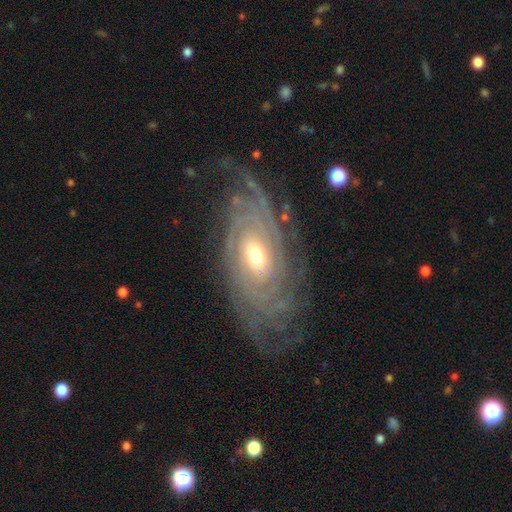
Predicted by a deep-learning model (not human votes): Smooth or featured?
  - featured or disk: 86% *
  - smooth: 9%
  - star or artifact: 6%
Edge-on disk?
  - no: 93% *
  - yes: 7%
Bar?
  - no: 70% *
  - weak: 21%
  - strong: 9%
Spiral arms?
  - yes: 95% *
  - no: 5%
Spiral winding?
  - tight: 79% *
  - medium: 16%
  - loose: 5%
Spiral arm count?
  - can't tell: 37% *
  - 2: 16%
  - 4: 14%
  - 3: 13%
  - more than 4: 13%
  - 1: 7%
Bulge size?
  - moderate: 55% *
  - small: 36%
  - large: 6%
  - dominant: 1%
  - none: 1%
Merging?
  - none: 71% *
  - minor disturbance: 17%
  - major disturbance: 10%
  - merger: 2%